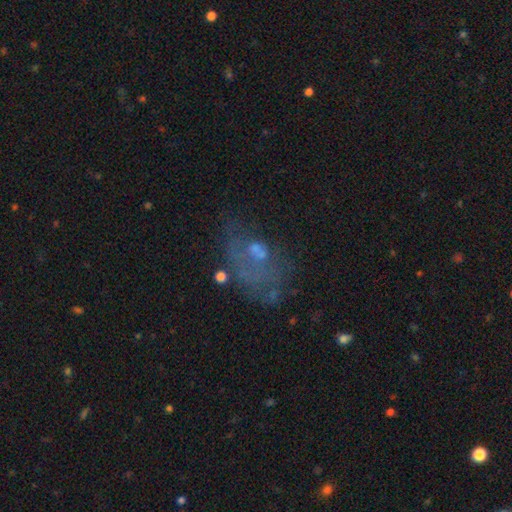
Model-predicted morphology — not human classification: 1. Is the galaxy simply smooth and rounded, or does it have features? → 50% featured or disk, 30% smooth, 21% star or artifact.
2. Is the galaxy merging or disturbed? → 36% none, 35% major disturbance, 19% minor disturbance, 11% merger.